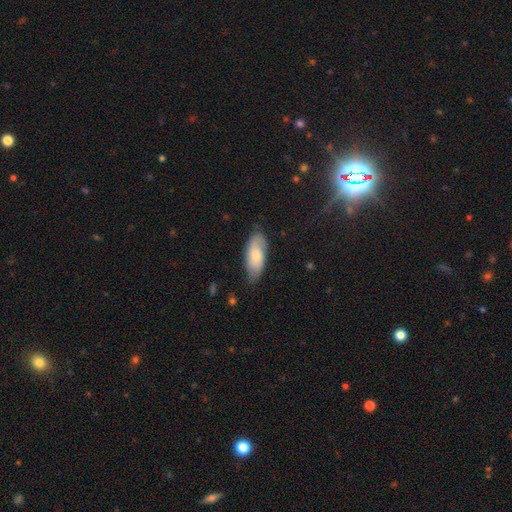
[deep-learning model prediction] The model was most divided on "smooth or featured": smooth: 68%, featured or disk: 26%, star or artifact: 6%. More confident: how rounded — in between (83%); merging — none (74%).